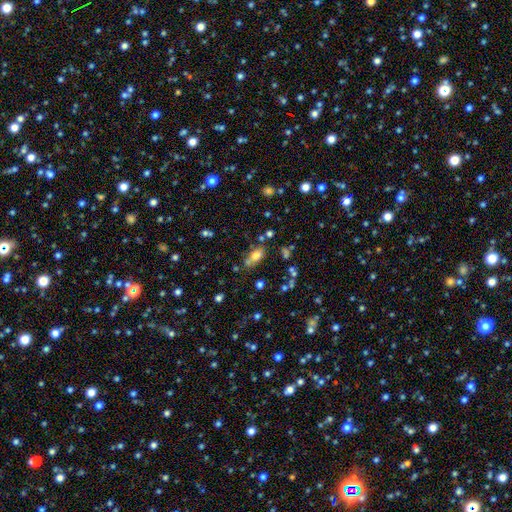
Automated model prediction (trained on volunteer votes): Q: Smooth or featured?
A: smooth (73%); runner-up: star or artifact (15%)
Q: How rounded?
A: in between (81%); runner-up: round (14%)
Q: Merging?
A: none (58%); runner-up: merger (19%)